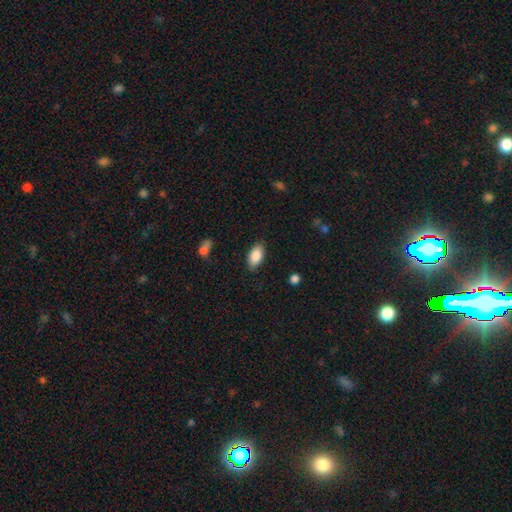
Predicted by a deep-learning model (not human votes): This appears to be a smooth galaxy with no disk features (88%) that is in between round and cigar-shaped (93%). Merging: none (84%).